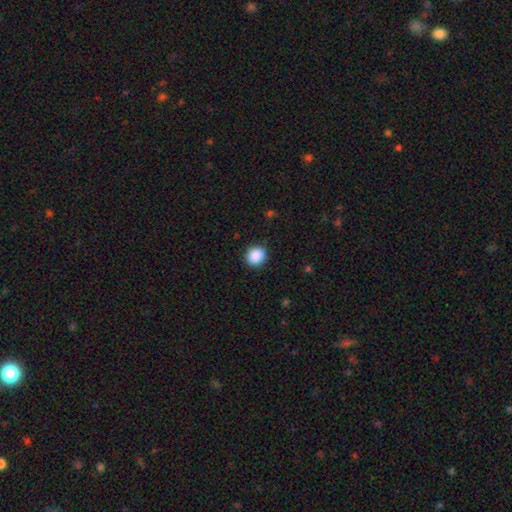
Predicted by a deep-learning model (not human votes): smooth_or_featured: smooth (p=0.89) [alt: star or artifact p=0.09]
how_rounded: round (p=0.80) [alt: in between p=0.19]
merging: none (p=0.89) [alt: minor disturbance p=0.07]